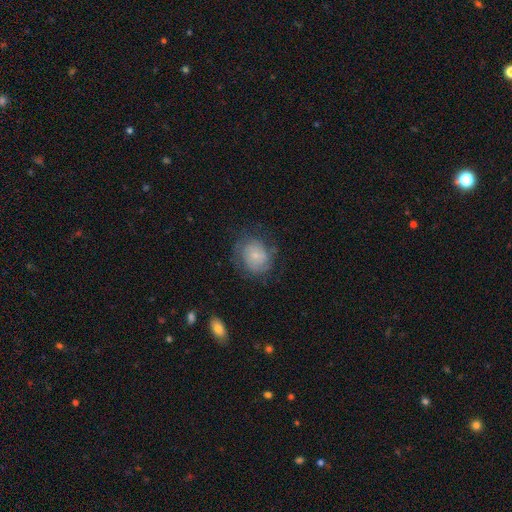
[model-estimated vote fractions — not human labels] Smooth or featured?
  - smooth: 54% *
  - featured or disk: 37%
  - star or artifact: 9%
How rounded?
  - round: 65% *
  - in between: 34%
  - cigar-shaped: 1%
Merging?
  - none: 61% *
  - minor disturbance: 23%
  - major disturbance: 13%
  - merger: 2%